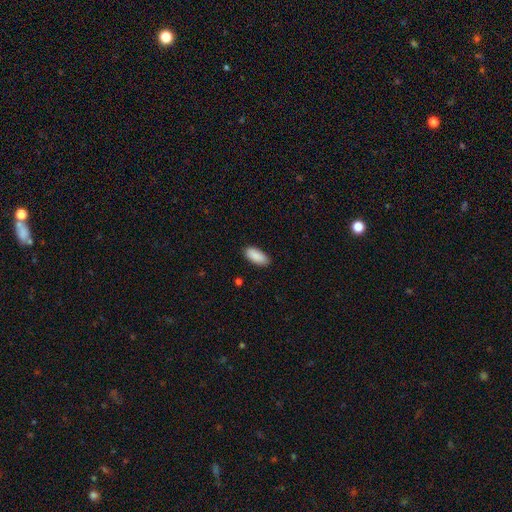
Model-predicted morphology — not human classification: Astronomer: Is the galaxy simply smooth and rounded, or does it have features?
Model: smooth — 91%.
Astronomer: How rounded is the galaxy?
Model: in between — 90%.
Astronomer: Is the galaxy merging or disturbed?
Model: none — 87%.